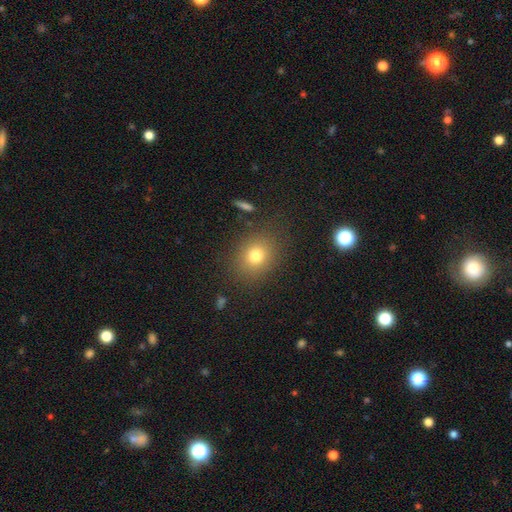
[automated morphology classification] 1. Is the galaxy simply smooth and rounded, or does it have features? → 77% smooth, 14% star or artifact, 9% featured or disk.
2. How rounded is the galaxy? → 65% round, 34% in between, 1% cigar-shaped.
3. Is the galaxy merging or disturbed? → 84% none, 10% minor disturbance, 4% major disturbance, 2% merger.